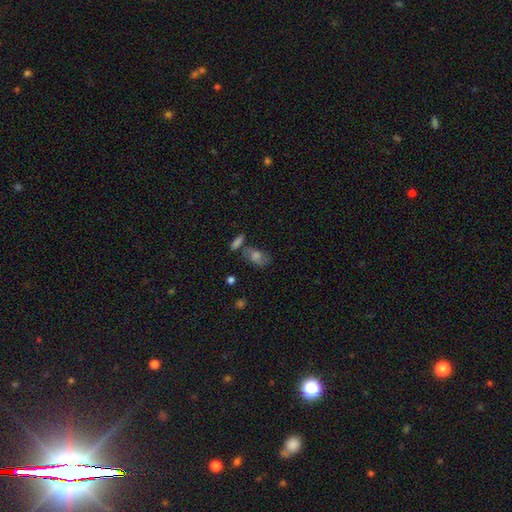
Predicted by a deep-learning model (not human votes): smooth_or_featured: smooth (p=0.57) [alt: featured or disk p=0.27]
how_rounded: in between (p=0.80) [alt: round p=0.15]
merging: none (p=0.56) [alt: minor disturbance p=0.19]